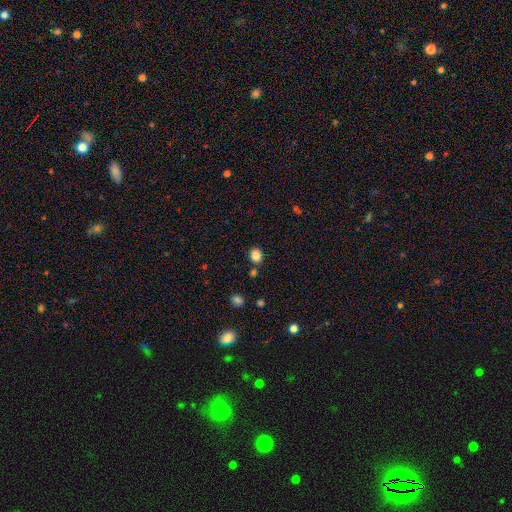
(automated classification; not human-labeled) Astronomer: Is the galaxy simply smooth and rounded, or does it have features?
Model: smooth — 85%.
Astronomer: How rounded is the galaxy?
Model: round — 67%.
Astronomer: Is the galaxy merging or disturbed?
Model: none — 82%.